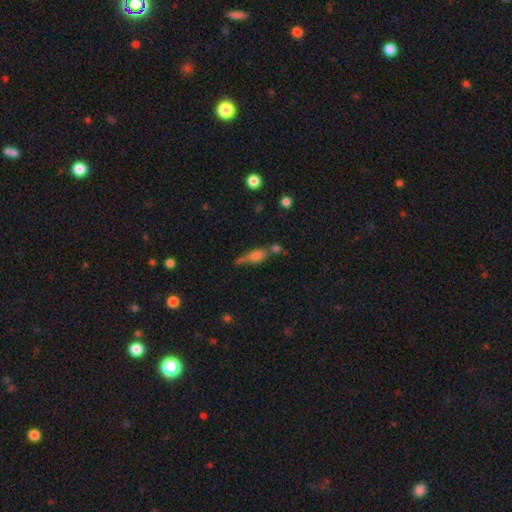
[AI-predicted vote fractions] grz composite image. It shows a smooth galaxy with no disk features (64%) that is in between round and cigar-shaped (59%). Merging: none (36%).